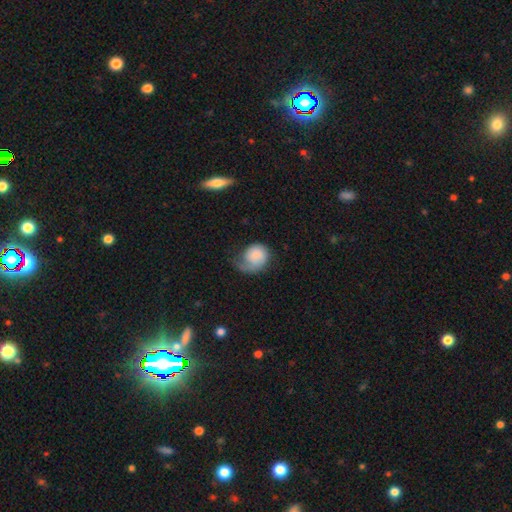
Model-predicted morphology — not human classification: smooth-or-featured: smooth: 67% | featured or disk: 27% | star or artifact: 6%
  how-rounded: round: 69% | in between: 30% | cigar-shaped: 1%
  merging: major disturbance: 37% | none: 31% | minor disturbance: 30% | merger: 3%